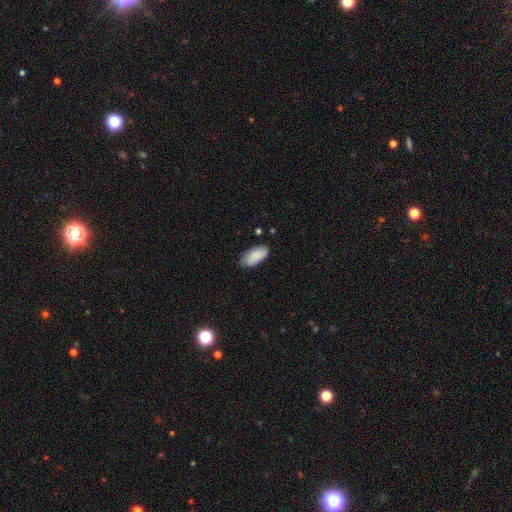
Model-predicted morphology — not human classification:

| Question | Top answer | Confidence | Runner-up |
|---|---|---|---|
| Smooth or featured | smooth | 84% | featured or disk (9%) |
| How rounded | in between | 93% | cigar-shaped (5%) |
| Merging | none | 77% | minor disturbance (19%) |